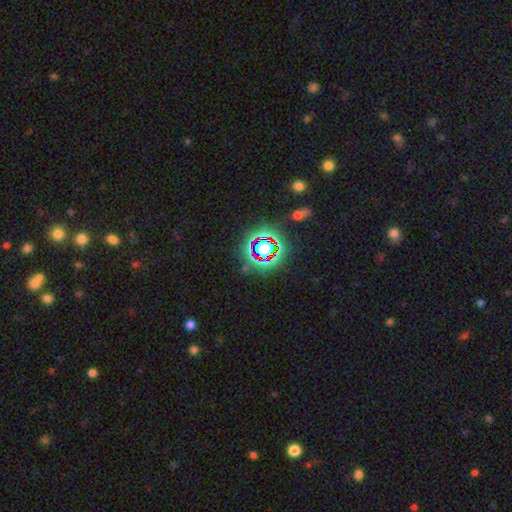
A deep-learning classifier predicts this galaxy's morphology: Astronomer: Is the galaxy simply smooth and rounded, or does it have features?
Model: star or artifact — 77%.